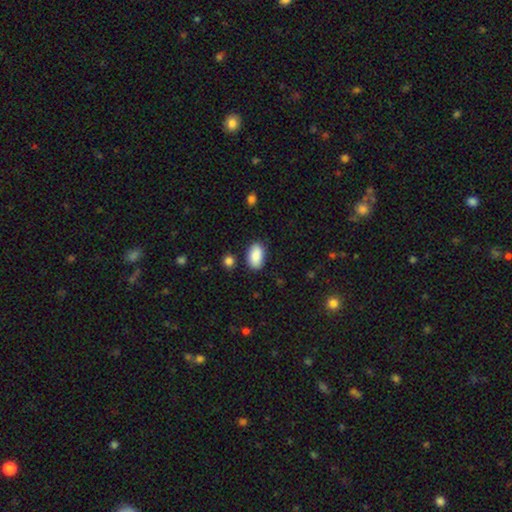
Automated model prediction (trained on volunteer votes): Smooth or featured?
  - smooth: 89% *
  - star or artifact: 6%
  - featured or disk: 5%
How rounded?
  - in between: 93% *
  - round: 4%
  - cigar-shaped: 2%
Merging?
  - none: 82% *
  - minor disturbance: 13%
  - major disturbance: 3%
  - merger: 3%